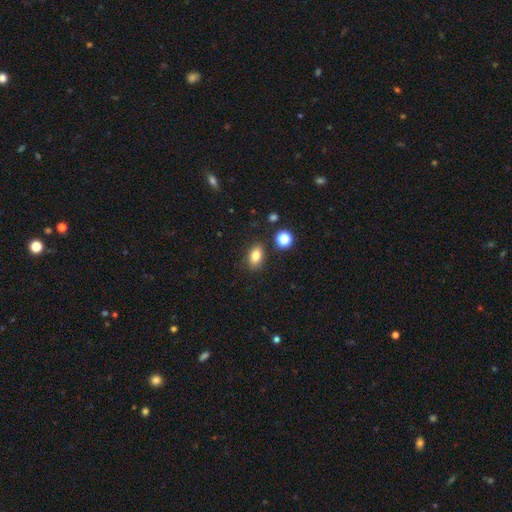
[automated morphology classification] Q: Smooth or featured?
A: smooth (81%); runner-up: star or artifact (11%)
Q: How rounded?
A: in between (81%); runner-up: round (17%)
Q: Merging?
A: none (83%); runner-up: minor disturbance (11%)